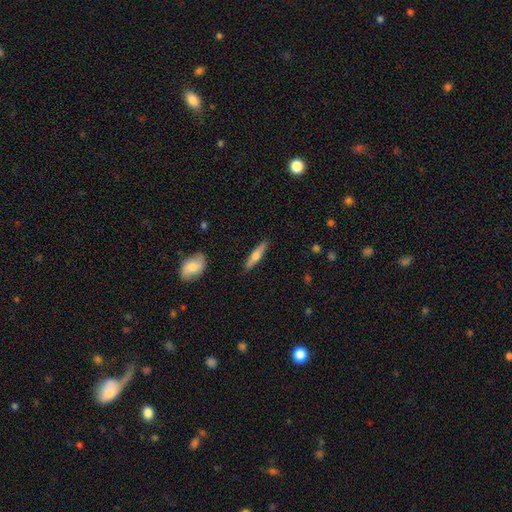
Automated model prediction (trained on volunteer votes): smooth_or_featured: smooth (p=0.52) [alt: featured or disk p=0.42]
how_rounded: cigar-shaped (p=0.82) [alt: in between p=0.16]
merging: none (p=0.87) [alt: minor disturbance p=0.09]